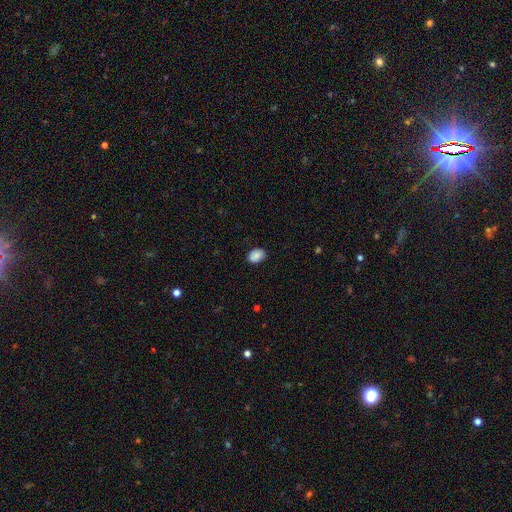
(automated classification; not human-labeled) Smooth or featured? Predicted: smooth (p=0.87). How rounded? Predicted: in between (p=0.77). Merging? Predicted: none (p=0.83).